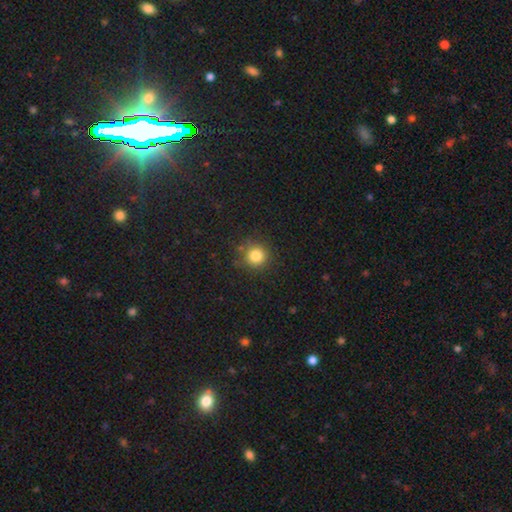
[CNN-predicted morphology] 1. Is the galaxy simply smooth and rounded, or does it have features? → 82% smooth, 13% star or artifact, 5% featured or disk.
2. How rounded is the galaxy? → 94% round, 5% in between, 1% cigar-shaped.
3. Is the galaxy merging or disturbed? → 85% none, 9% minor disturbance, 3% major disturbance, 2% merger.